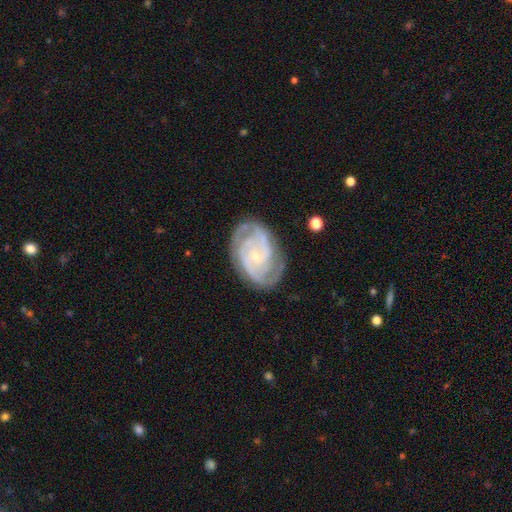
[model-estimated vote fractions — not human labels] Overall: featured or disk (89%). Edge-on disk: no (97%). Bar: no (66%; weak 27%). Spiral arms: yes (98%). Spiral arm count: 2 (44%; 3 25%). Spiral winding: tight (64%; medium 31%). Bulge size: small (80%). Merging: none (77%).